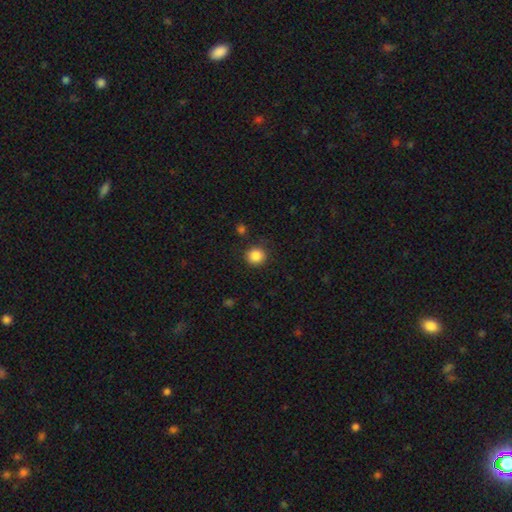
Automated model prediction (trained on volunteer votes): Q: Smooth or featured?
A: smooth (87%); runner-up: star or artifact (10%)
Q: How rounded?
A: round (91%); runner-up: in between (8%)
Q: Merging?
A: none (88%); runner-up: minor disturbance (8%)